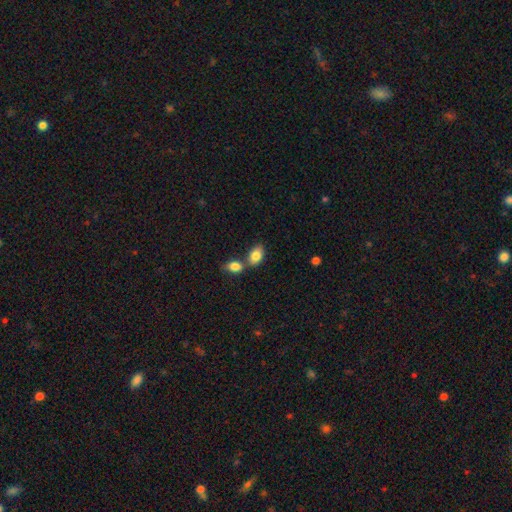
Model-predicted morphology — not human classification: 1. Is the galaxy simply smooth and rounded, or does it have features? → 84% smooth, 9% featured or disk, 7% star or artifact.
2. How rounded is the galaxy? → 89% in between, 10% round, 2% cigar-shaped.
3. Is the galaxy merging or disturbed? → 49% none, 36% merger, 11% minor disturbance, 3% major disturbance.